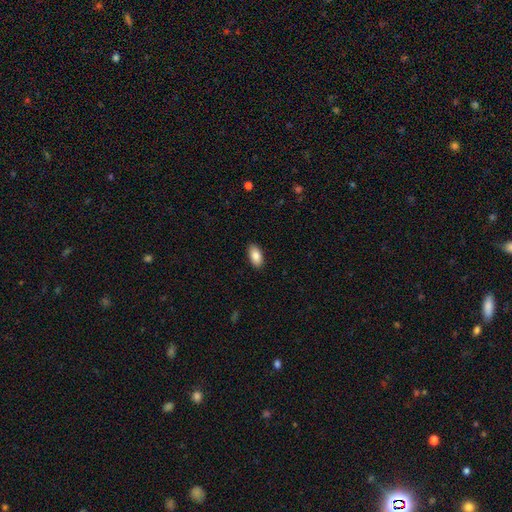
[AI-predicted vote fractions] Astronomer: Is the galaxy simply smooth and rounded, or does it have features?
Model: smooth — 87%.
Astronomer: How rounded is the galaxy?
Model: in between — 93%.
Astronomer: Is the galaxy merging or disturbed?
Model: none — 89%.